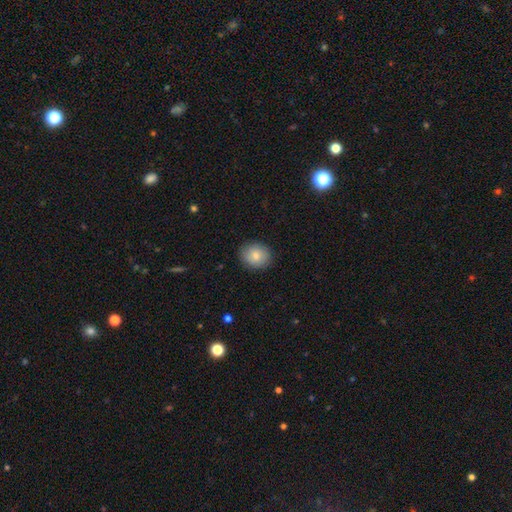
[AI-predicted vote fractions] Overall: smooth (82%). How rounded: round (66%; in between 34%). Merging: none (88%).